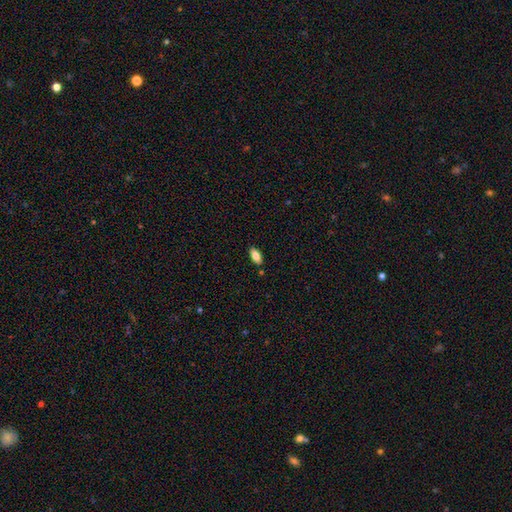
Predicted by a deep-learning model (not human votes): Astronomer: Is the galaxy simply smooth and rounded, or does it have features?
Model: smooth — 80%.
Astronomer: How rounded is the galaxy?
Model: in between — 87%.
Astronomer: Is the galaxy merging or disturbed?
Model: none — 85%.